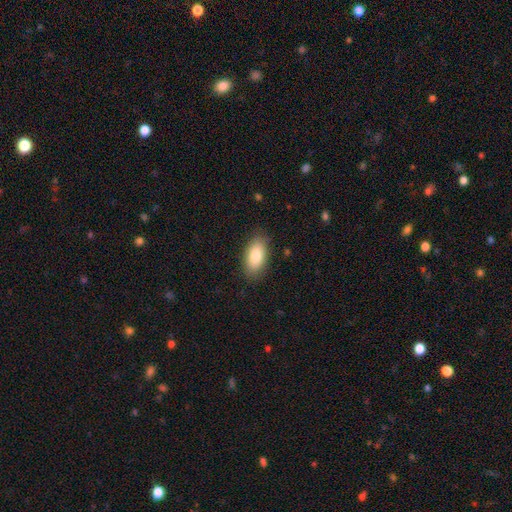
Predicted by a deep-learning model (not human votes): A smooth galaxy with no disk features (83%) that is in between round and cigar-shaped (92%). Merging: none (85%).